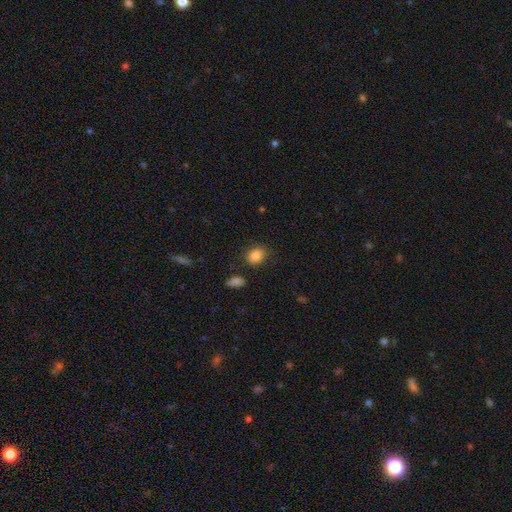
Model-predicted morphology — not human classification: Smooth or featured? smooth (85%)
How rounded? round (55%)
Merging? none (83%)